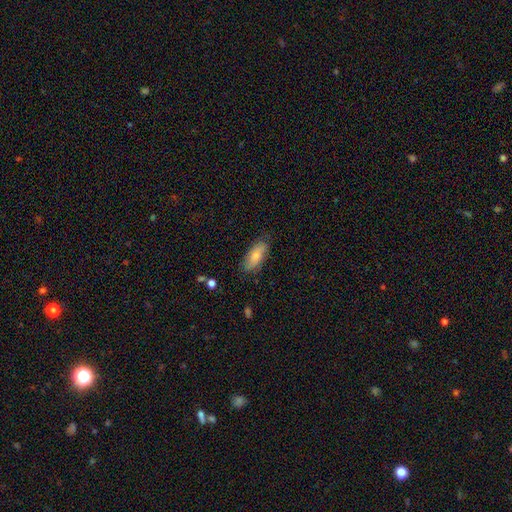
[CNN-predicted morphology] The model was most divided on "merging": none: 76%, minor disturbance: 18%, major disturbance: 4%, merger: 1%. More confident: how rounded — in between (80%); smooth or featured — smooth (78%).